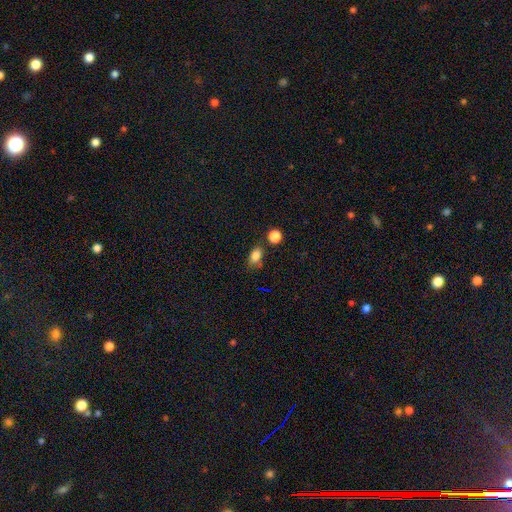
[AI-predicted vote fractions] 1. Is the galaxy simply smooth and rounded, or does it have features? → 83% smooth, 11% star or artifact, 6% featured or disk.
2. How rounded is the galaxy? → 81% in between, 16% round, 3% cigar-shaped.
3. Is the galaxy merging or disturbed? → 67% none, 18% minor disturbance, 10% merger, 5% major disturbance.